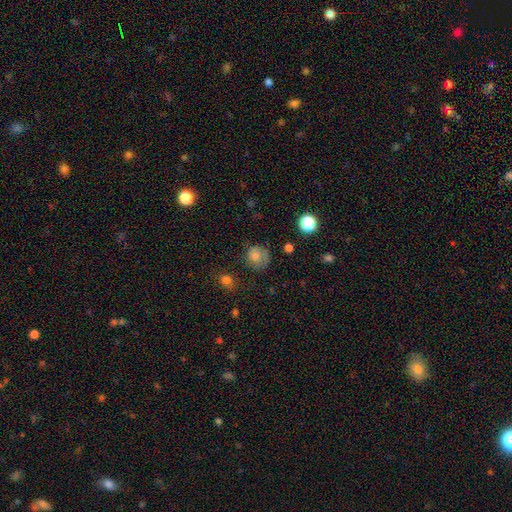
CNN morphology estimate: type=smooth (69%); roundness=round (79%); merging=none (60%).